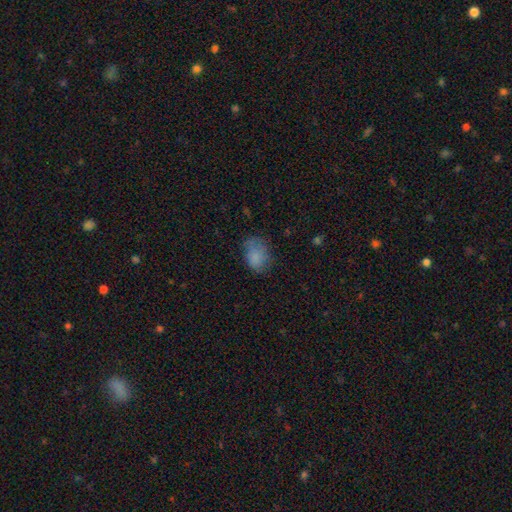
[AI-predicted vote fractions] Smooth or featured: smooth — 80% (star or artifact — 11%)
How rounded: in between — 71% (round — 28%)
Merging: none — 59% (minor disturbance — 28%)